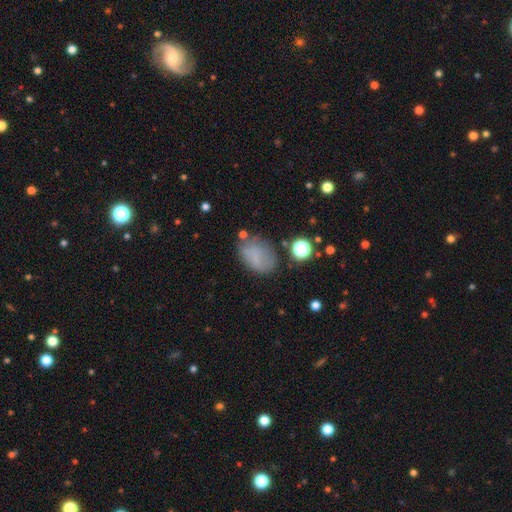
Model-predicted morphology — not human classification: Smooth or featured? Predicted: smooth (p=0.69). How rounded? Predicted: in between (p=0.78). Merging? Predicted: none (p=0.60).